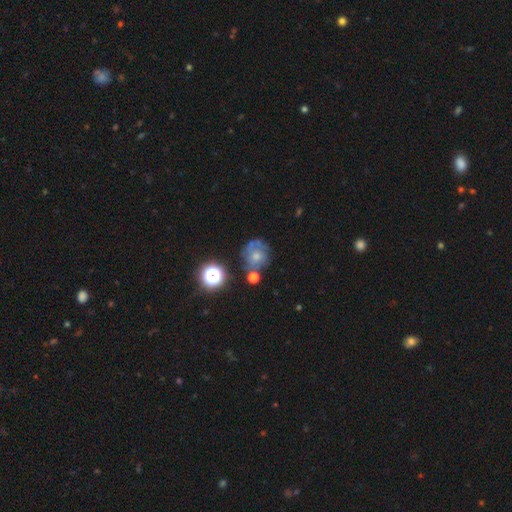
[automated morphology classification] smooth-or-featured: smooth: 42% (tied) | featured or disk: 42% (tied) | star or artifact: 17%
  merging: none: 55% | minor disturbance: 20% | merger: 13% | major disturbance: 12%